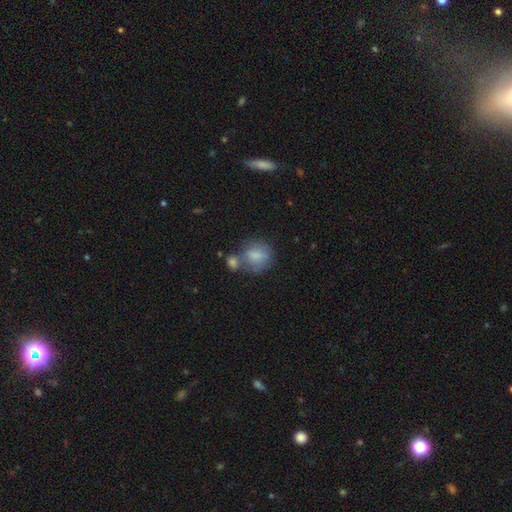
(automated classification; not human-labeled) Smooth or featured: smooth — 77% (featured or disk — 14%)
How rounded: round — 57% (in between — 41%)
Merging: none — 39% (merger — 34%)